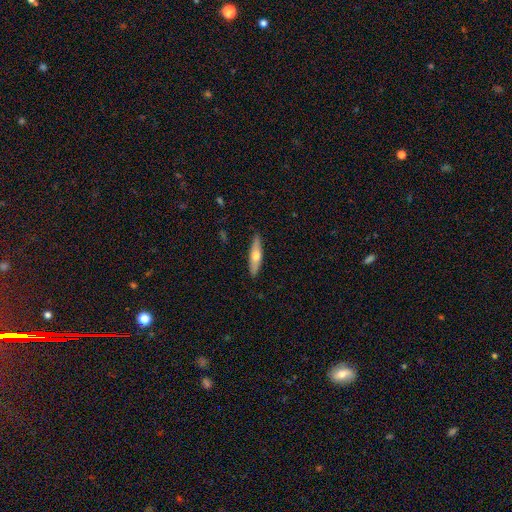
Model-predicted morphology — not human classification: A smooth galaxy with no disk features (52%) that is cigar-shaped (71%).

Vote fractions:
- Smooth or featured? smooth: 52% / featured or disk: 42% / star or artifact: 6%
- How rounded? cigar-shaped: 71% / in between: 27% / round: 2%
- Merging? none: 88% / minor disturbance: 9% / major disturbance: 2% / merger: 1%